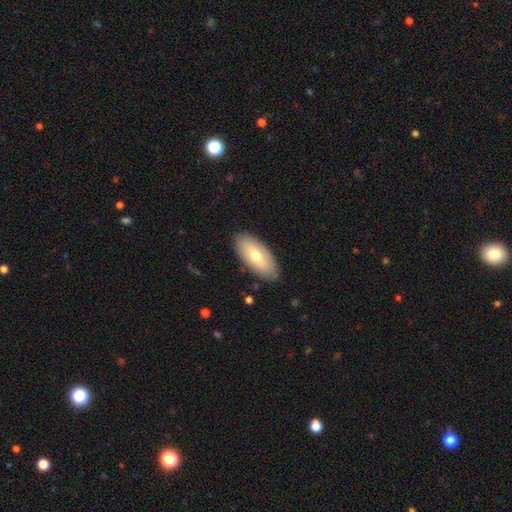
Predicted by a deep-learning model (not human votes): smooth 66%, featured or disk 28%, star or artifact 6%. Down the decision tree: how rounded — in between (89%); merging — none (85%).